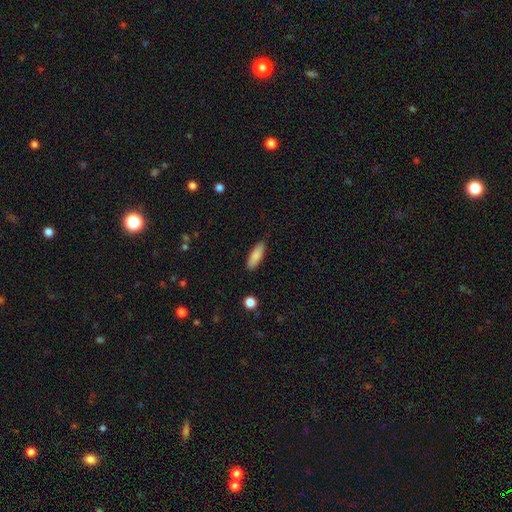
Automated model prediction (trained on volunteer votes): Smooth or featured? smooth (86%)
How rounded? in between (58%)
Merging? none (88%)